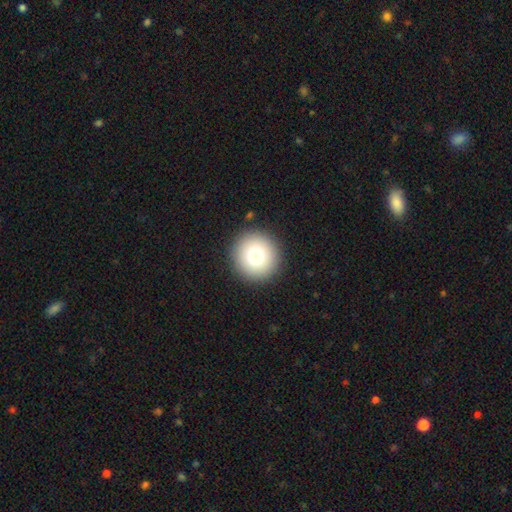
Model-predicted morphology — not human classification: The model was most divided on "smooth or featured": smooth: 75%, star or artifact: 13%, featured or disk: 12%. More confident: how rounded — round (95%); merging — none (92%).